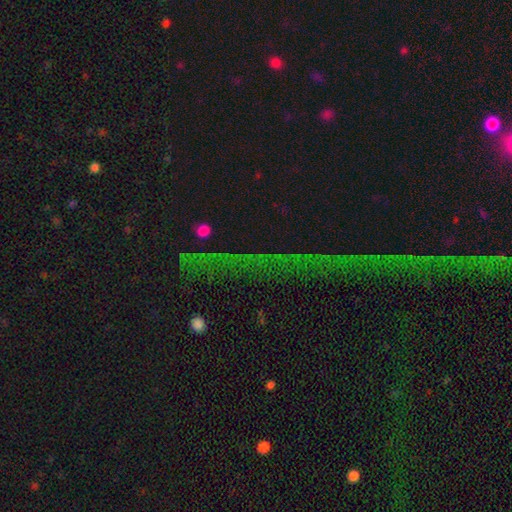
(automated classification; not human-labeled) A star or artifact, not a galaxy (83%).